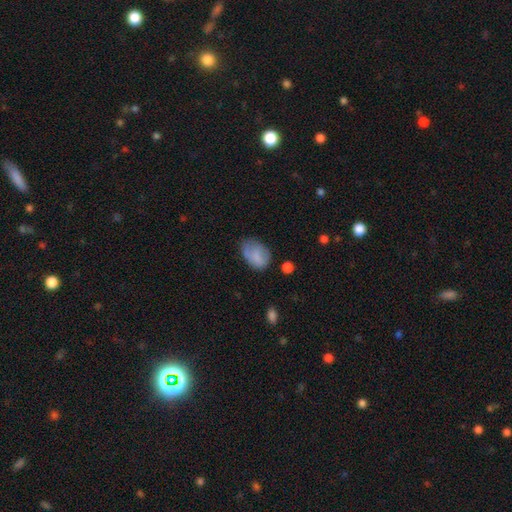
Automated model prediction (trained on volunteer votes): Morphology: type=smooth (76%); roundness=in between (81%); merging=none (51%).